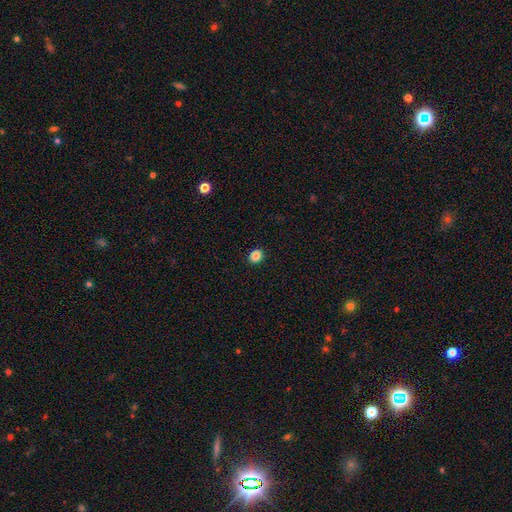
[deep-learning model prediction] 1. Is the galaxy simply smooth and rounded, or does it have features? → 86% smooth, 10% star or artifact, 4% featured or disk.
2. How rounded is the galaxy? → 66% round, 33% in between, 1% cigar-shaped.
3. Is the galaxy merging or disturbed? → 92% none, 5% minor disturbance, 2% major disturbance, 1% merger.